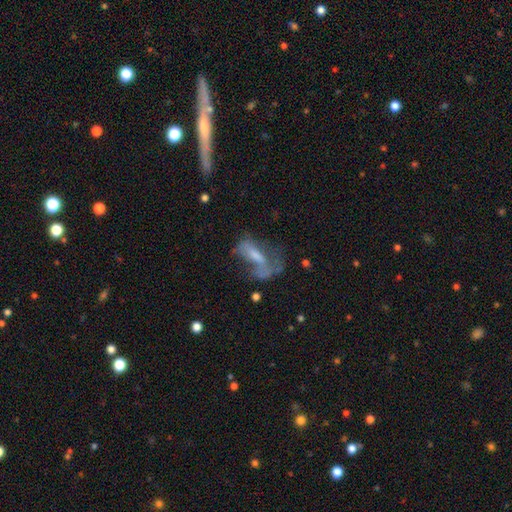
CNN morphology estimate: A featured or disk galaxy (55%). Merging: major disturbance (41%).